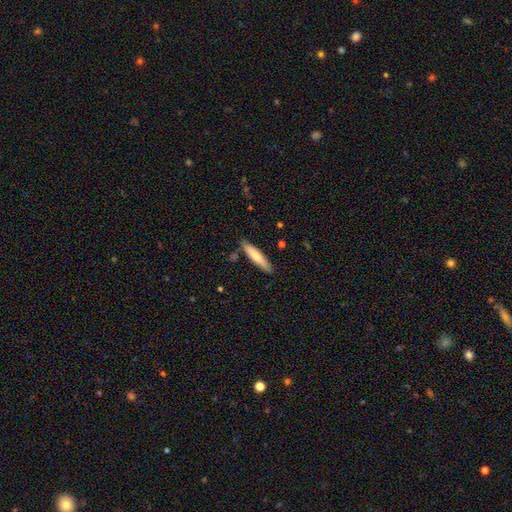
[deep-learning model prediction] Smooth or featured? Predicted: smooth (p=0.69). How rounded? Predicted: cigar-shaped (p=0.86). Merging? Predicted: none (p=0.85).